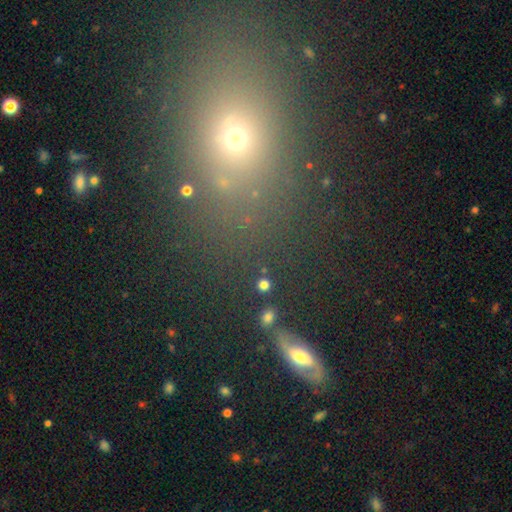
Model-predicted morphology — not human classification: Smooth or featured? Predicted: smooth (p=0.51). How rounded? Predicted: in between (p=0.56). Merging? Predicted: none (p=0.77).